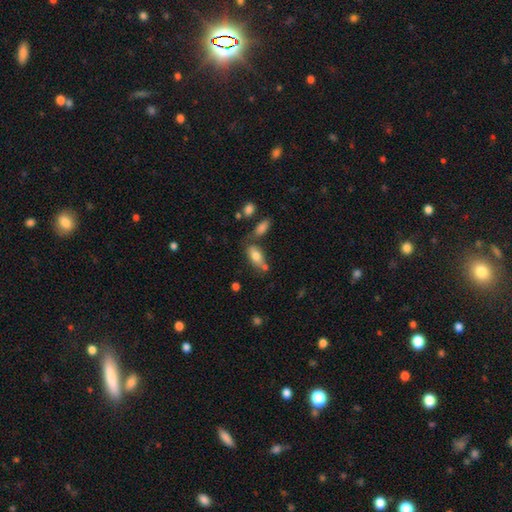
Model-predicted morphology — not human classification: A smooth galaxy with no disk features (74%) that is in between round and cigar-shaped (84%).

Vote fractions:
- Smooth or featured? smooth: 74% / featured or disk: 19% / star or artifact: 7%
- How rounded? in between: 84% / cigar-shaped: 13% / round: 4%
- Merging? none: 54% / merger: 20% / minor disturbance: 19% / major disturbance: 6%